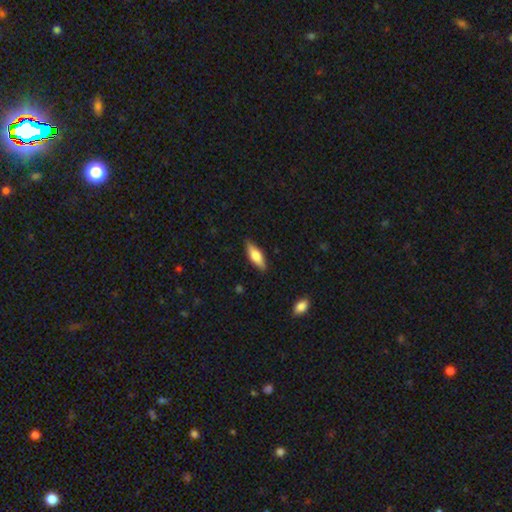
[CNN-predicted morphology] Q: Smooth or featured?
A: smooth (55%); runner-up: featured or disk (39%)
Q: How rounded?
A: in between (49%); runner-up: cigar-shaped (48%)
Q: Merging?
A: none (87%); runner-up: minor disturbance (9%)